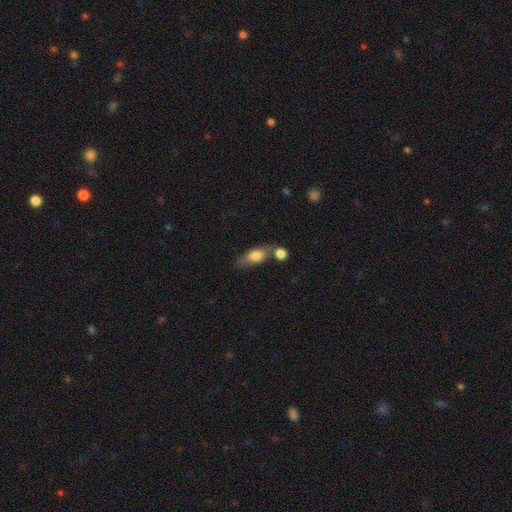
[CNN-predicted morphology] Smooth or featured: smooth — 74% (featured or disk — 19%)
How rounded: in between — 73% (cigar-shaped — 19%)
Merging: none — 48% (merger — 31%)